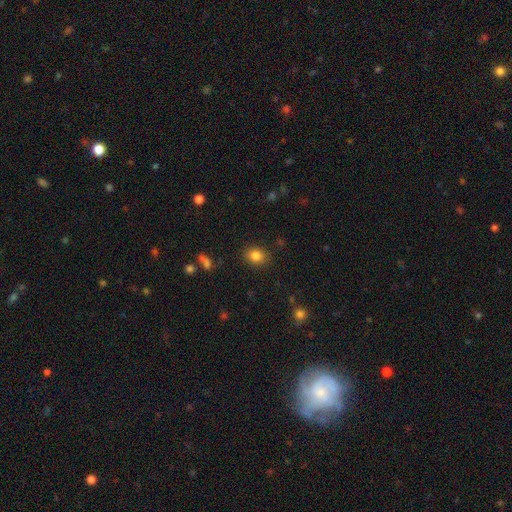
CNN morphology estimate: Q: Smooth or featured?
A: smooth (83%); runner-up: star or artifact (11%)
Q: How rounded?
A: round (52%); runner-up: in between (47%)
Q: Merging?
A: none (86%); runner-up: minor disturbance (9%)